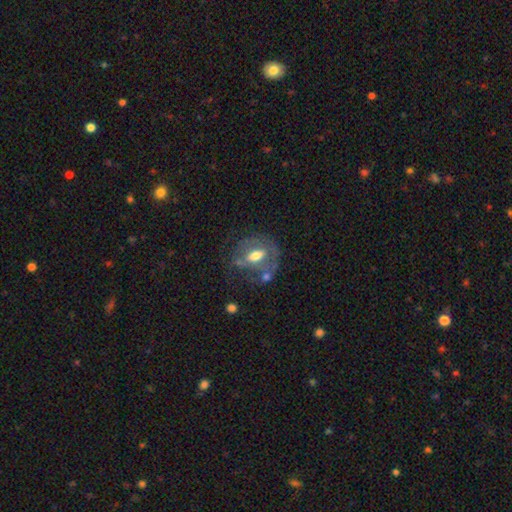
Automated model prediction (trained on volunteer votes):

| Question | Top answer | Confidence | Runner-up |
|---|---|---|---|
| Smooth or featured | featured or disk | 58% | smooth (33%) |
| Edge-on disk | no | 90% | yes (10%) |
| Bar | weak | 39% | no (38%) |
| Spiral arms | no | 63% | yes (37%) |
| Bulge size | moderate | 65% | large (20%) |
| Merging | none | 44% | minor disturbance (23%) |